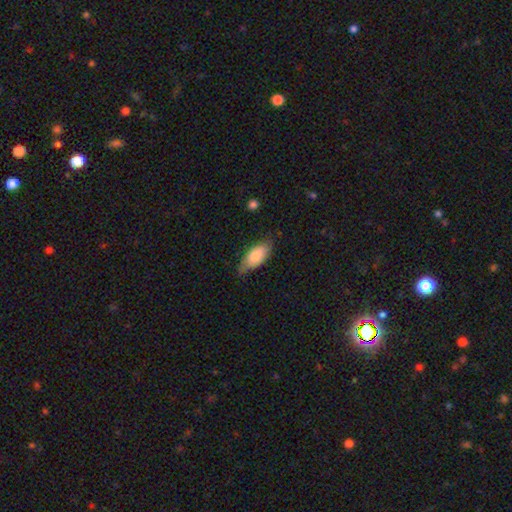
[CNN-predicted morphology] smooth_or_featured: smooth (p=0.75) [alt: featured or disk p=0.20]
how_rounded: in between (p=0.88) [alt: cigar-shaped p=0.10]
merging: none (p=0.63) [alt: minor disturbance p=0.30]